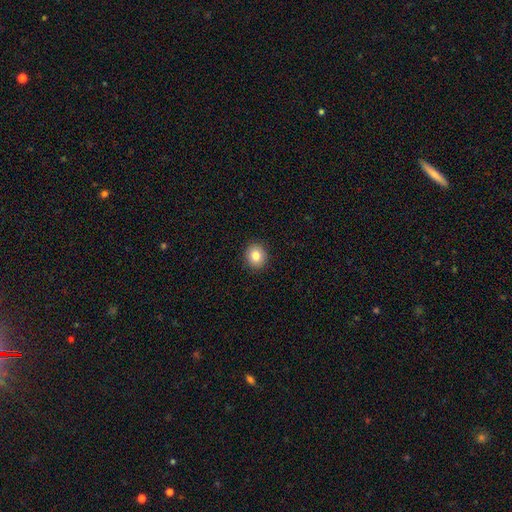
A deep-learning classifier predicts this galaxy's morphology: smooth-or-featured: smooth: 82% | star or artifact: 10% | featured or disk: 8%
  how-rounded: round: 81% | in between: 18% | cigar-shaped: 1%
  merging: none: 92% | minor disturbance: 6% | major disturbance: 2% | merger: 1%